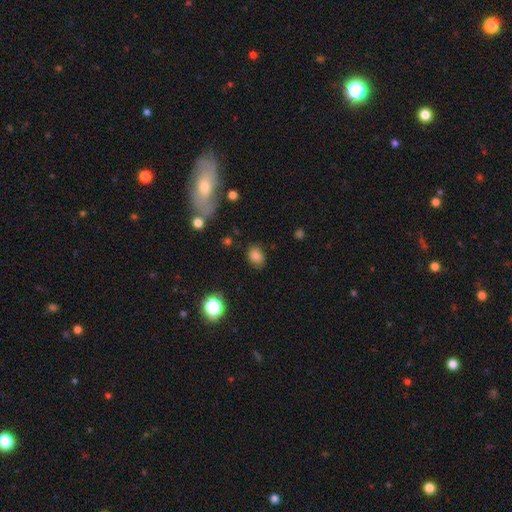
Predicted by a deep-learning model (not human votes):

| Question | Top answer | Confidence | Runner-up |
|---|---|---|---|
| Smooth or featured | smooth | 79% | star or artifact (13%) |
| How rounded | in between | 59% | round (39%) |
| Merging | none | 81% | minor disturbance (13%) |